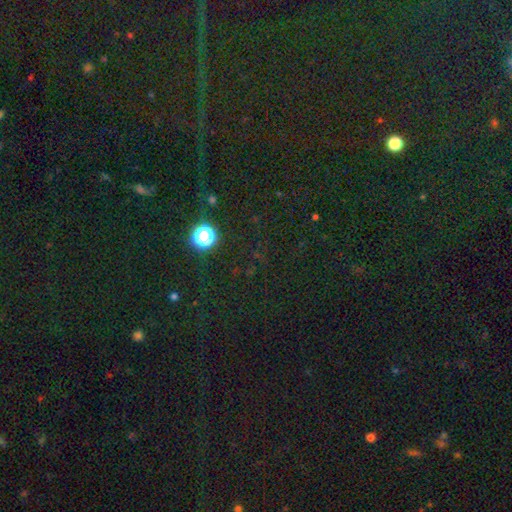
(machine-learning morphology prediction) This is likely a star or artifact rather than a galaxy (79%).